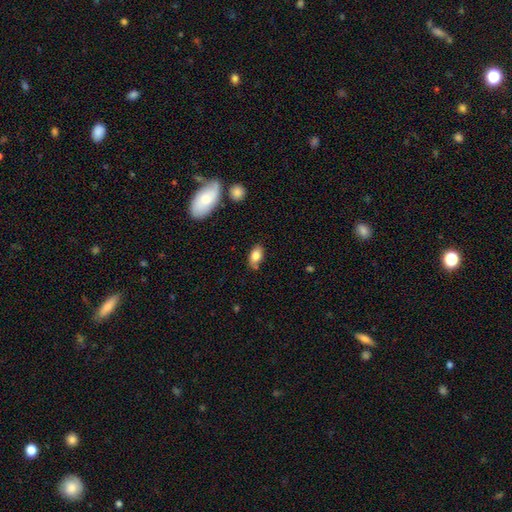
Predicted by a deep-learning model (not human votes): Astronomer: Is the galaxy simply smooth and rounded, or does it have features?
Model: smooth — 81%.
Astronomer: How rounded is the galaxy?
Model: in between — 90%.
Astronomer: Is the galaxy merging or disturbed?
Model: none — 76%.